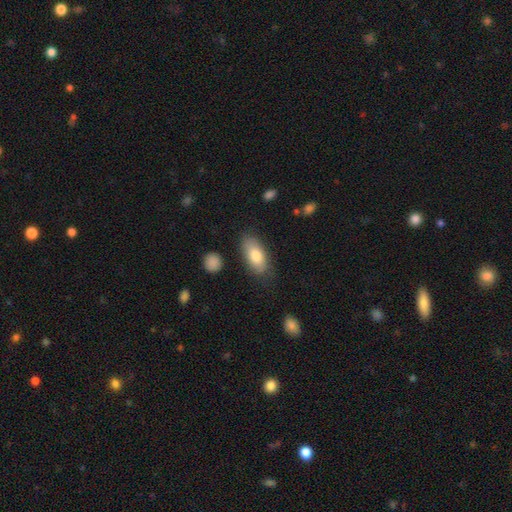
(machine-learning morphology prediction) type=smooth (77%); roundness=in between (89%); merging=none (76%).